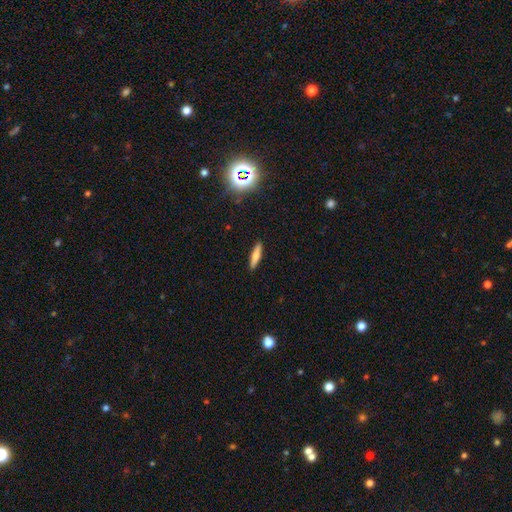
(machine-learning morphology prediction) A smooth galaxy with no disk features (63%) that is cigar-shaped (81%).

Vote fractions:
- Smooth or featured? smooth: 63% / featured or disk: 29% / star or artifact: 8%
- How rounded? cigar-shaped: 81% / in between: 17% / round: 2%
- Merging? none: 90% / minor disturbance: 7% / major disturbance: 2% / merger: 1%